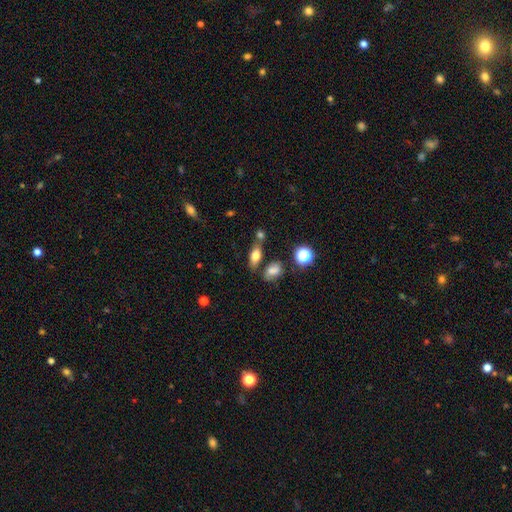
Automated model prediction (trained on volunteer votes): smooth-or-featured: smooth: 71% | featured or disk: 18% | star or artifact: 11%
  how-rounded: in between: 76% | cigar-shaped: 15% | round: 9%
  merging: none: 66% | minor disturbance: 15% | merger: 14% | major disturbance: 5%